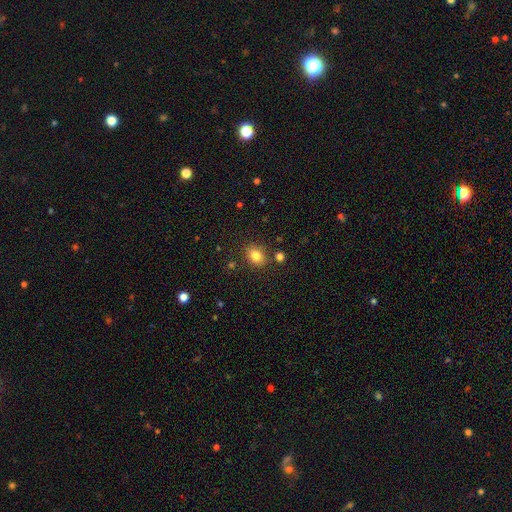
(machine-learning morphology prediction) Overall: smooth (81%). How rounded: round (51%; in between 48%). Merging: none (81%).